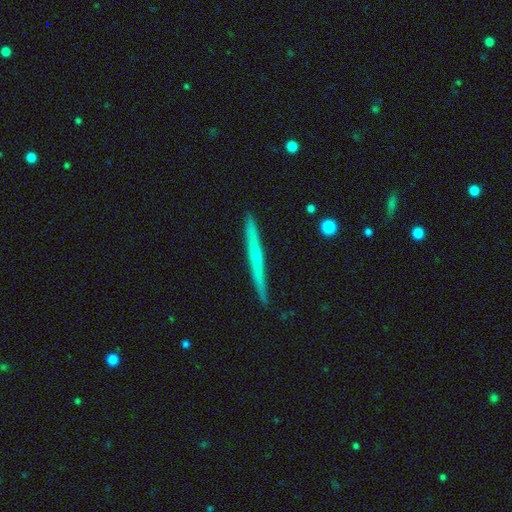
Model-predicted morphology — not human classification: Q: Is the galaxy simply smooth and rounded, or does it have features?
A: featured or disk — 61%.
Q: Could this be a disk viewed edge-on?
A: yes — 97%.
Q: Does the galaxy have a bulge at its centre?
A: none — 60%.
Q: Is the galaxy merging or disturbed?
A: none — 89%.